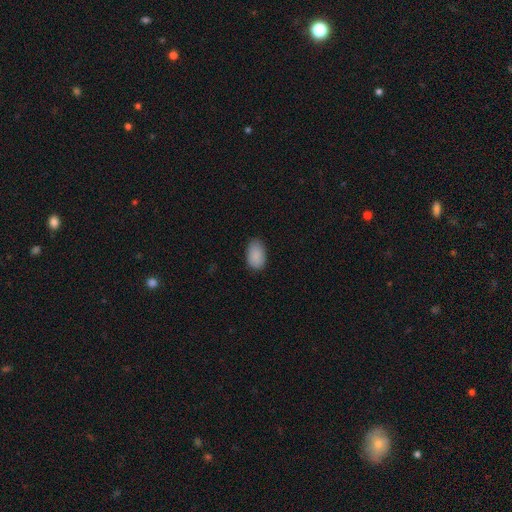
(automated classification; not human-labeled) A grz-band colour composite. It shows a smooth galaxy with no disk features (89%) that is in between round and cigar-shaped (92%). Merging: none (81%).